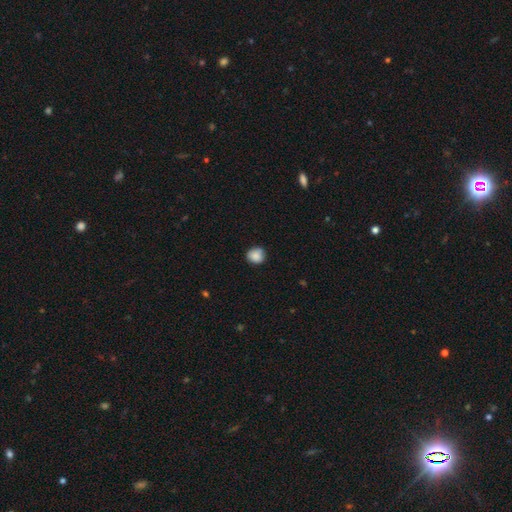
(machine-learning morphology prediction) Q: Smooth or featured?
A: smooth (86%); runner-up: star or artifact (9%)
Q: How rounded?
A: round (81%); runner-up: in between (18%)
Q: Merging?
A: none (78%); runner-up: minor disturbance (17%)